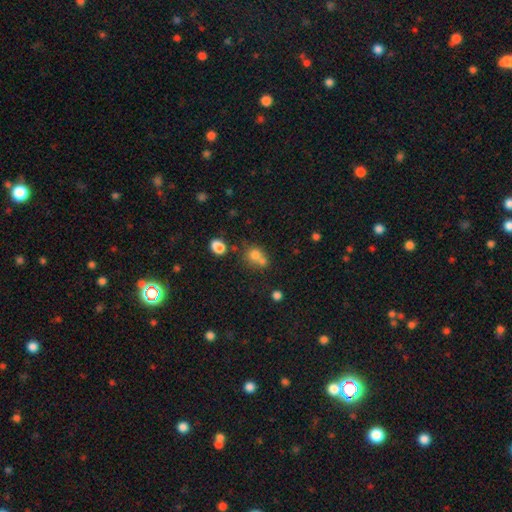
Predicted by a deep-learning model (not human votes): This is likely a smooth galaxy (73%). How rounded: likely round (68%). Merging: possibly merger (49%).